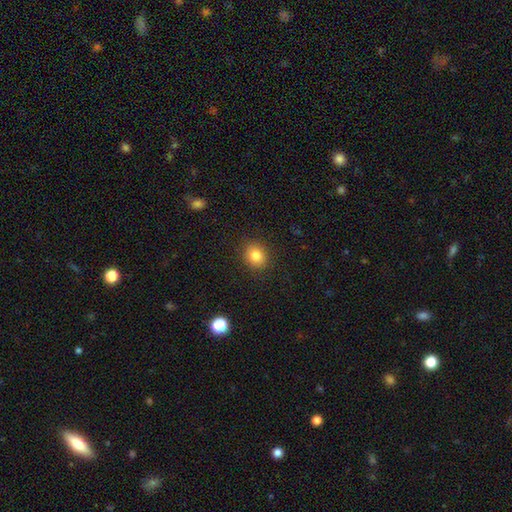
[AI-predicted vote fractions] A smooth galaxy with no disk features (83%) that is round (71%).

Vote fractions:
- Smooth or featured? smooth: 83% / star or artifact: 11% / featured or disk: 7%
- How rounded? round: 71% / in between: 28% / cigar-shaped: 1%
- Merging? none: 89% / minor disturbance: 8% / major disturbance: 2% / merger: 1%